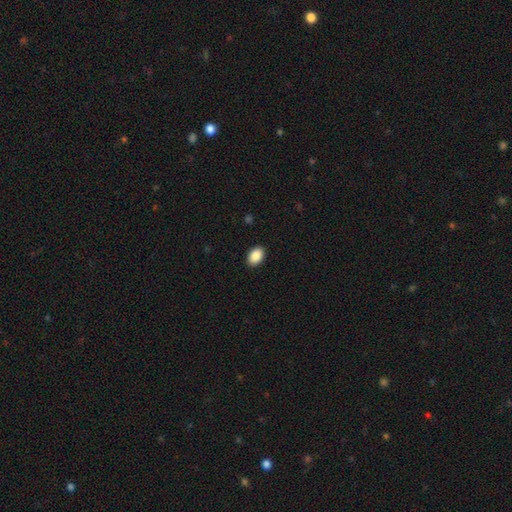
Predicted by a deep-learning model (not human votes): This is clearly a smooth galaxy (90%). How rounded: clearly in between (88%). Merging: clearly none (90%).